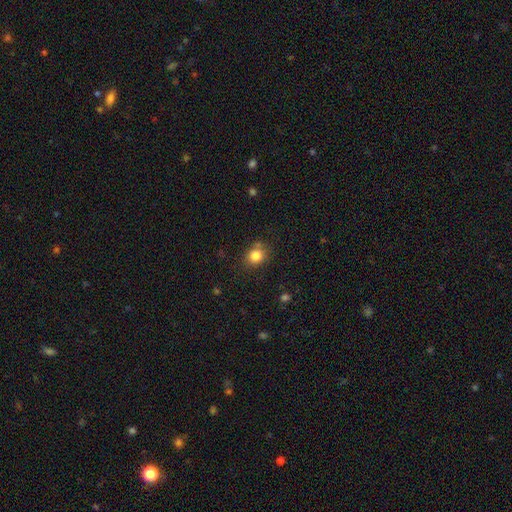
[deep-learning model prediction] Smooth or featured? smooth (83%)
How rounded? round (71%)
Merging? none (77%)